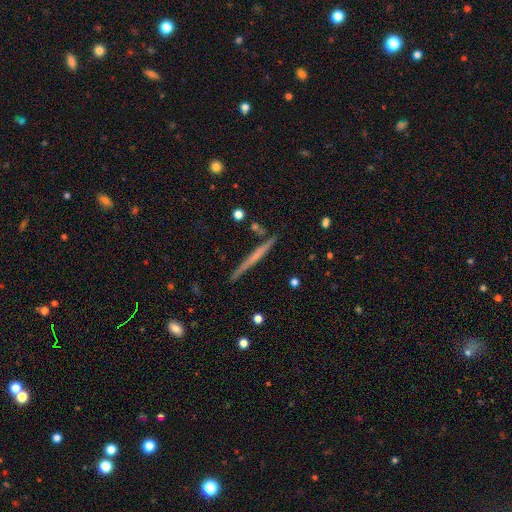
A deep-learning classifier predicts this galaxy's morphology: A featured or disk galaxy (56%) viewed edge-on (98%) with no central bulge (79%).

Vote fractions:
- Smooth or featured? featured or disk: 56% / smooth: 38% / star or artifact: 6%
- Edge-on disk? yes: 98% / no: 2%
- Edge-on bulge? none: 79% / rounded: 15% / boxy: 6%
- Merging? none: 88% / minor disturbance: 8% / merger: 2% / major disturbance: 2%